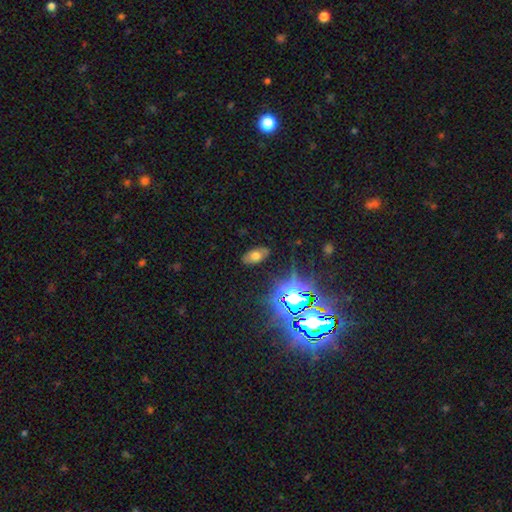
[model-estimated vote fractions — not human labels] A smooth galaxy with no disk features (57%) that is in between round and cigar-shaped (90%). Merging: none (83%).